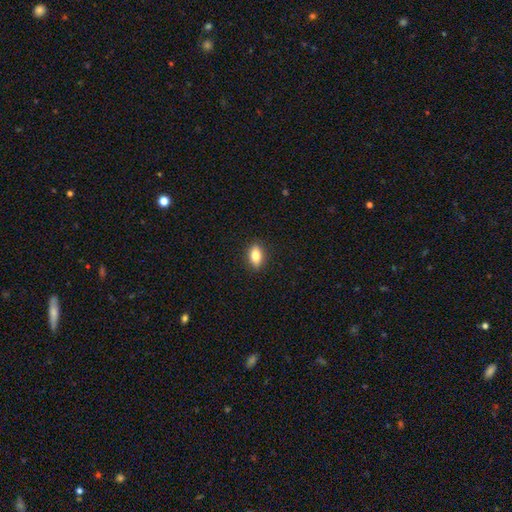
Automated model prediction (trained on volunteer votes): Overall: smooth (80%). How rounded: in between (83%). Merging: none (89%).